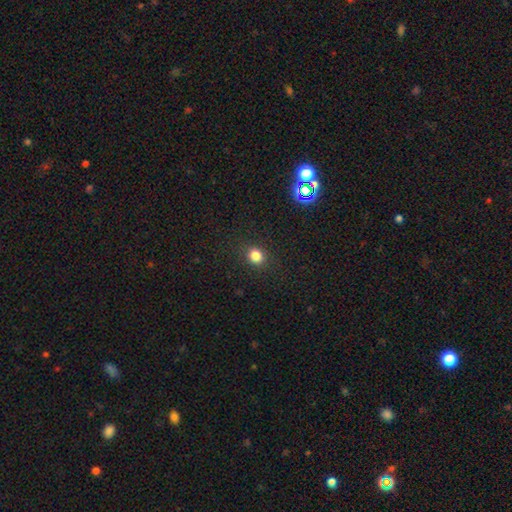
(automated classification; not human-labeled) Smooth or featured?
  - smooth: 82% *
  - star or artifact: 13%
  - featured or disk: 5%
How rounded?
  - round: 64% *
  - in between: 35%
  - cigar-shaped: 1%
Merging?
  - none: 88% *
  - minor disturbance: 8%
  - major disturbance: 3%
  - merger: 1%